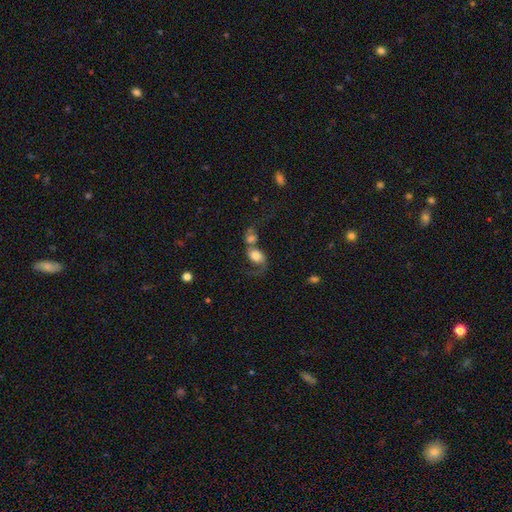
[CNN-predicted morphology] Overall: smooth (50%; featured or disk 40%). How rounded: in between (62%; round 36%). Merging: merger (60%).